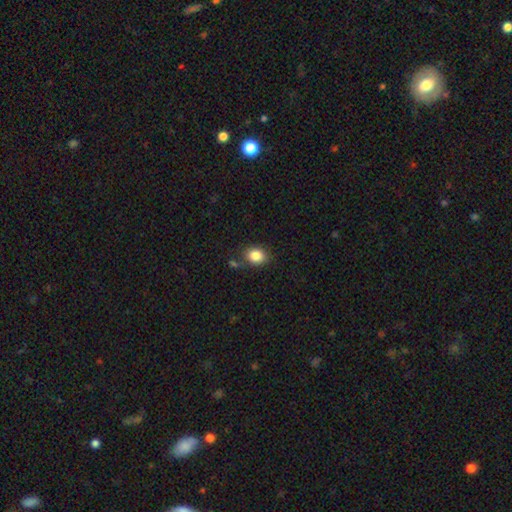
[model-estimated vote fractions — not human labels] A smooth galaxy with no disk features (85%) that is round (50%).

Vote fractions:
- Smooth or featured? smooth: 85% / star or artifact: 9% / featured or disk: 6%
- How rounded? round: 50% / in between: 49% / cigar-shaped: 1%
- Merging? none: 76% / minor disturbance: 14% / merger: 6% / major disturbance: 4%